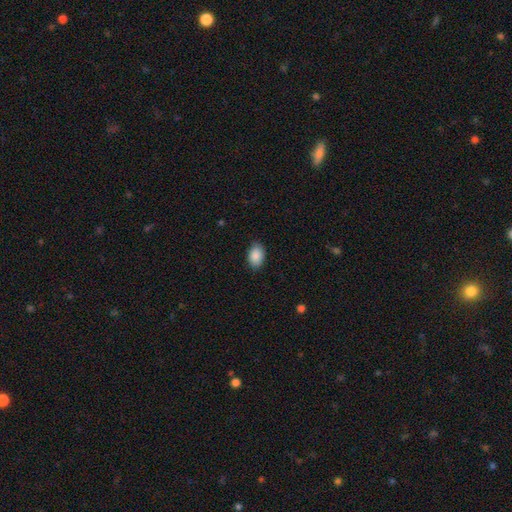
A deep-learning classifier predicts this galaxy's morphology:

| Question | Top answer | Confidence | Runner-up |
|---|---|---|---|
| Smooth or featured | smooth | 89% | star or artifact (7%) |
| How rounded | in between | 88% | round (10%) |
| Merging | none | 84% | minor disturbance (13%) |